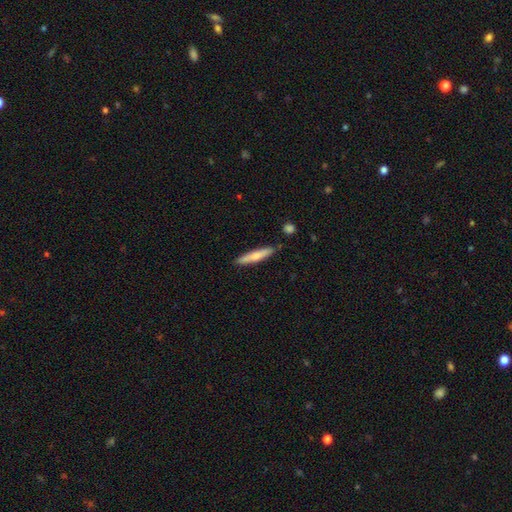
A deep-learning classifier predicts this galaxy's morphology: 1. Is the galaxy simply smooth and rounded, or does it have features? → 66% smooth, 28% featured or disk, 6% star or artifact.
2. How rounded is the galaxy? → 89% cigar-shaped, 10% in between, 1% round.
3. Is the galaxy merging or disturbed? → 86% none, 10% minor disturbance, 3% merger, 2% major disturbance.